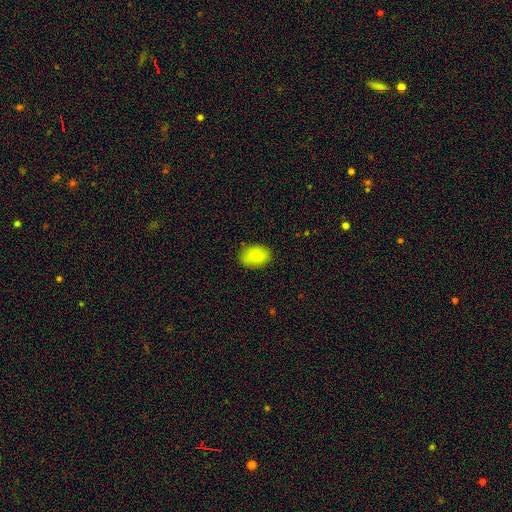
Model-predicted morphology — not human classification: Q: Smooth or featured?
A: smooth (87%); runner-up: star or artifact (7%)
Q: How rounded?
A: in between (79%); runner-up: round (20%)
Q: Merging?
A: none (85%); runner-up: minor disturbance (11%)